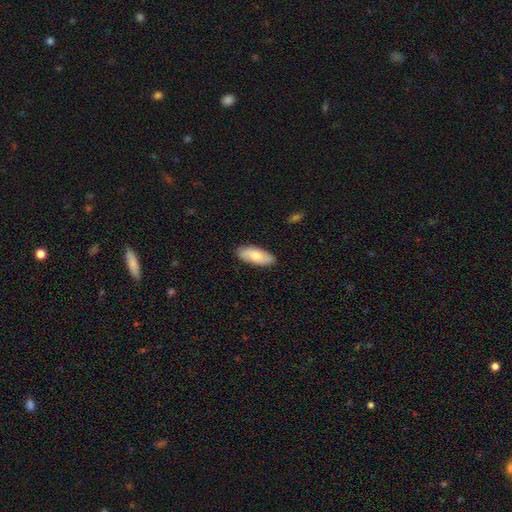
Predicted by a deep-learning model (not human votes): This is likely a smooth galaxy (74%). How rounded: clearly in between (84%). Merging: clearly none (88%).